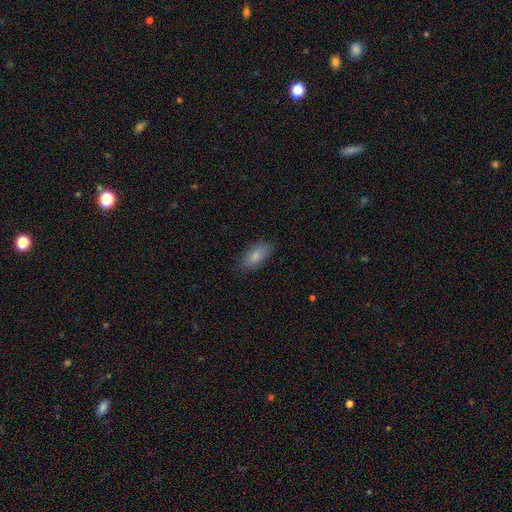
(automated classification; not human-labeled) smooth-or-featured: smooth: 83% | featured or disk: 11% | star or artifact: 6%
  how-rounded: in between: 88% | cigar-shaped: 9% | round: 3%
  merging: none: 83% | minor disturbance: 13% | major disturbance: 3% | merger: 1%